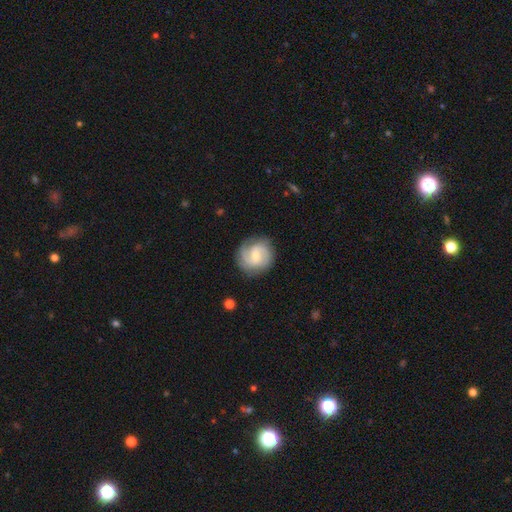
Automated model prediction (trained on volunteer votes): featured or disk 74%, smooth 21%, star or artifact 6%. Down the decision tree: edge-on disk — no (98%); bar — weak (47%); spiral arms — yes (95%); spiral arm count — 2 (58%); spiral winding — medium (43%, tied with tight); bulge size — small (55%); merging — none (82%).